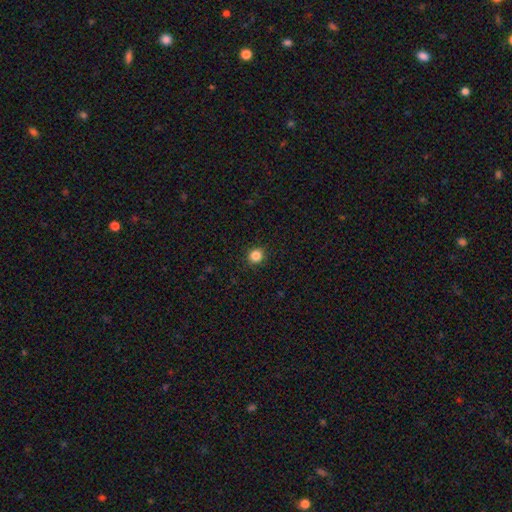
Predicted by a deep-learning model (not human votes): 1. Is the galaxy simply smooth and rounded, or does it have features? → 84% smooth, 12% star or artifact, 4% featured or disk.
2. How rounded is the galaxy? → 89% round, 10% in between, 1% cigar-shaped.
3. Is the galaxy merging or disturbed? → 92% none, 6% minor disturbance, 2% major disturbance, 1% merger.